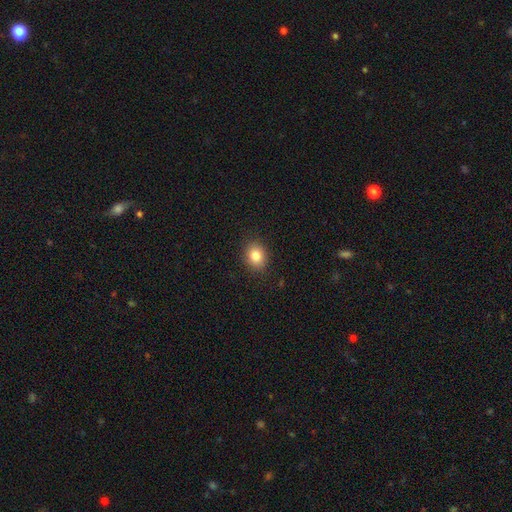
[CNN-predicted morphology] Smooth or featured? Predicted: smooth (p=0.83). How rounded? Predicted: round (p=0.56). Merging? Predicted: none (p=0.89).